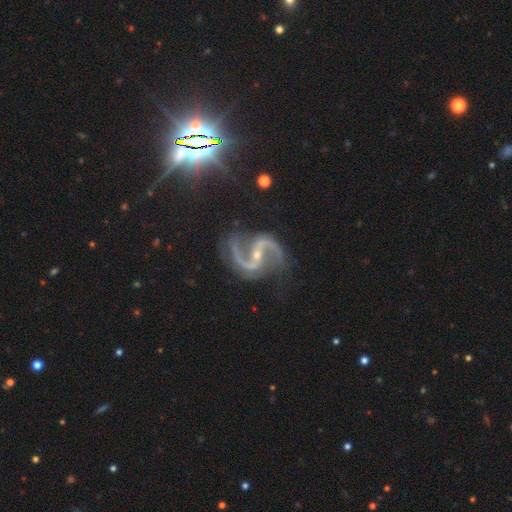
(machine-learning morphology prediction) smooth-or-featured: featured or disk: 92% | star or artifact: 6% | smooth: 2%
  disk-edge-on: no: 98% | yes: 2%
    bar: strong: 40% | weak: 34% | no: 26%
    has-spiral-arms: yes: 99% | no: 1%
      spiral-winding: medium: 48% | loose: 42% | tight: 9%
      spiral-arm-count: 2: 95% | 3: 1% | can't tell: 1% | 1: 1% | 4: 1% | more than 4: 1%
    bulge-size: small: 76% | moderate: 19% | none: 3% | large: 1% | dominant: 1%
  merging: none: 77% | minor disturbance: 14% | major disturbance: 7% | merger: 2%